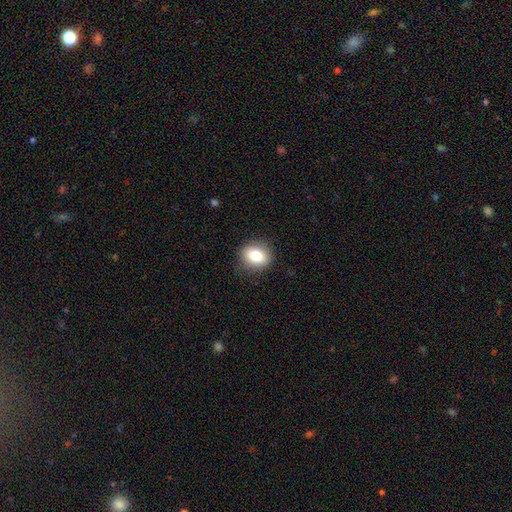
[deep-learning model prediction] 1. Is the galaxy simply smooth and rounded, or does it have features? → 79% smooth, 11% featured or disk, 10% star or artifact.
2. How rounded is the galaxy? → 66% round, 33% in between, 1% cigar-shaped.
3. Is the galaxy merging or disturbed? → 88% none, 9% minor disturbance, 3% major disturbance, 1% merger.